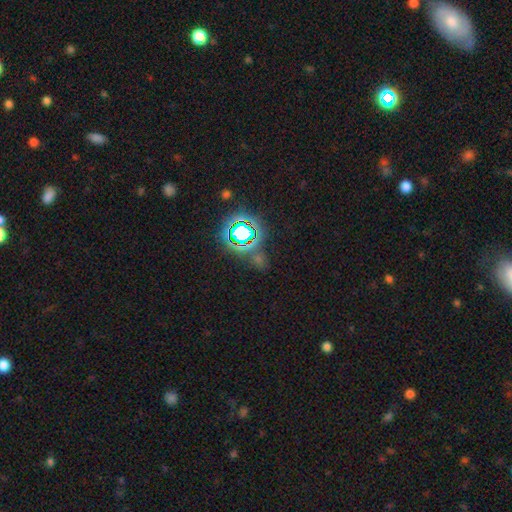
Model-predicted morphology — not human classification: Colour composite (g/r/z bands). It shows a star or artifact, not a galaxy (68%).